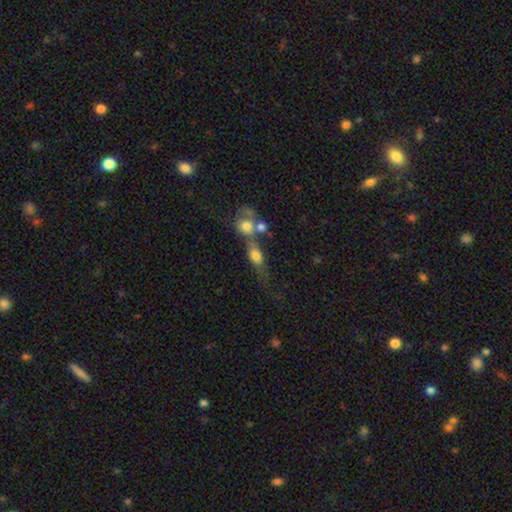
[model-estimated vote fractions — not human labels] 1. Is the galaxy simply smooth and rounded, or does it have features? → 67% smooth, 23% featured or disk, 10% star or artifact.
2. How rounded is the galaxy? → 57% in between, 29% round, 14% cigar-shaped.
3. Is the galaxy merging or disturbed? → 51% merger, 27% none, 11% minor disturbance, 10% major disturbance.